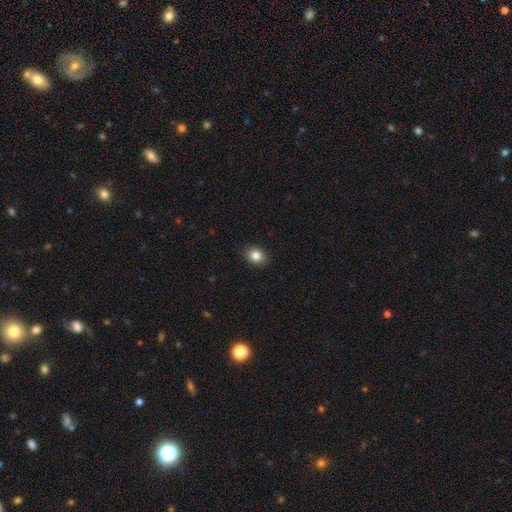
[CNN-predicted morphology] The model was most divided on "how rounded": round: 50%, in between: 49%, cigar-shaped: 1%. More confident: merging — none (90%); smooth or featured — smooth (85%).